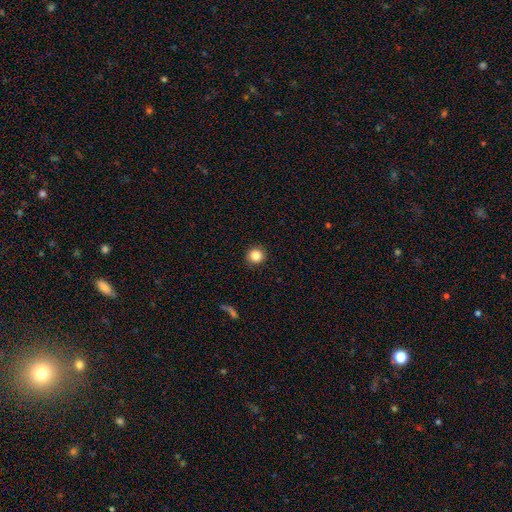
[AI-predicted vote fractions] smooth 84%, star or artifact 10%, featured or disk 5%. Down the decision tree: how rounded — round (92%); merging — none (92%).